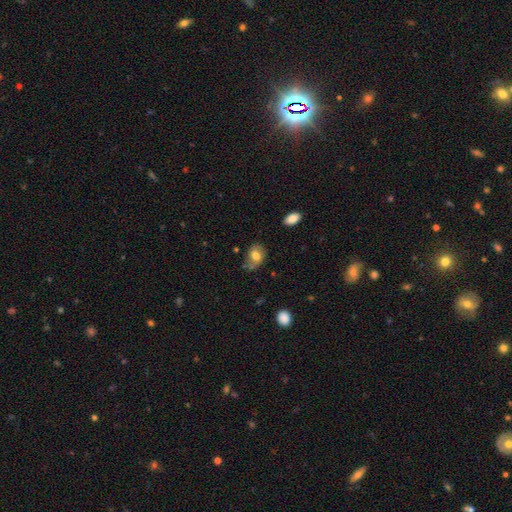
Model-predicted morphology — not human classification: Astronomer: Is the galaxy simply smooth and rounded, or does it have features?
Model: smooth — 71%.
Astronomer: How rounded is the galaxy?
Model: in between — 68%.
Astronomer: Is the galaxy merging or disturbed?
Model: none — 58%.